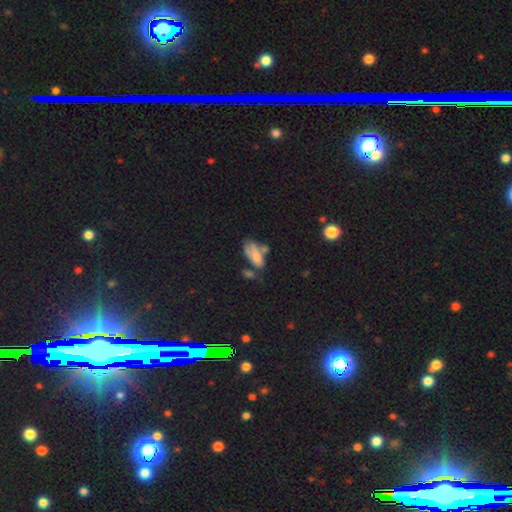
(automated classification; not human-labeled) Smooth or featured?
  - smooth: 63% *
  - featured or disk: 26%
  - star or artifact: 11%
How rounded?
  - in between: 88% *
  - cigar-shaped: 9%
  - round: 4%
Merging?
  - none: 31% *
  - merger: 29%
  - minor disturbance: 23%
  - major disturbance: 17%